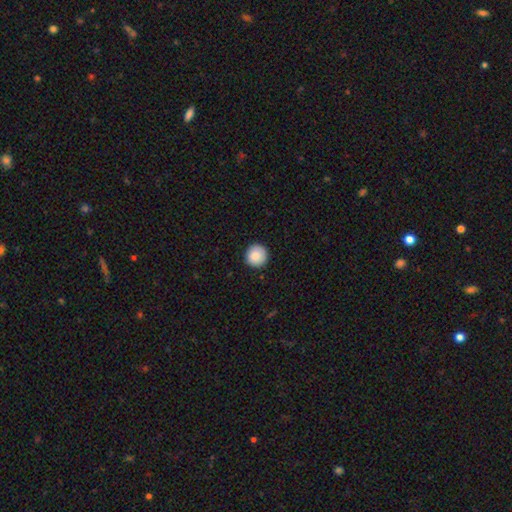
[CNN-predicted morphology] Smooth or featured? Predicted: smooth (p=0.87). How rounded? Predicted: round (p=0.96). Merging? Predicted: none (p=0.91).